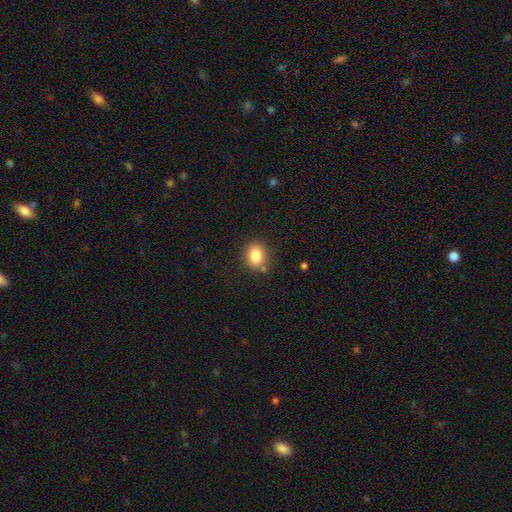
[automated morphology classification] Smooth or featured?
  - smooth: 83% *
  - star or artifact: 10%
  - featured or disk: 7%
How rounded?
  - round: 51% *
  - in between: 48%
  - cigar-shaped: 1%
Merging?
  - none: 79% *
  - minor disturbance: 12%
  - merger: 5%
  - major disturbance: 3%